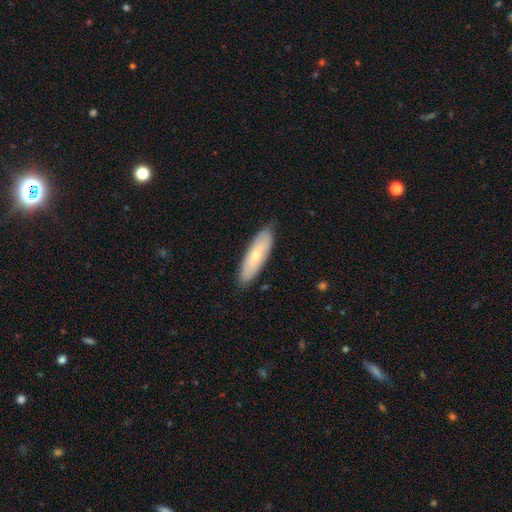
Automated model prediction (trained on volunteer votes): Smooth or featured? Predicted: smooth (p=0.64). How rounded? Predicted: cigar-shaped (p=0.57). Merging? Predicted: none (p=0.85).